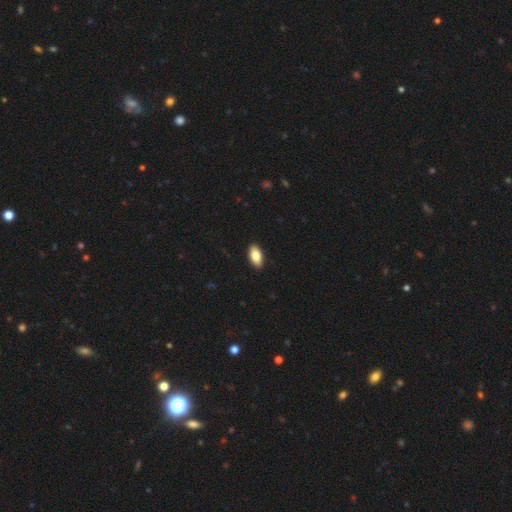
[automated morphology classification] Q: Smooth or featured?
A: smooth (85%); runner-up: featured or disk (9%)
Q: How rounded?
A: in between (92%); runner-up: cigar-shaped (5%)
Q: Merging?
A: none (91%); runner-up: minor disturbance (7%)